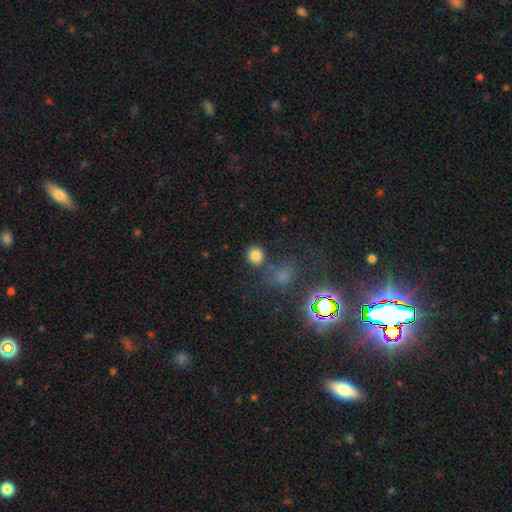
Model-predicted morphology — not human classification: Smooth or featured?
  - smooth: 79% *
  - star or artifact: 16%
  - featured or disk: 5%
How rounded?
  - round: 89% *
  - in between: 10%
  - cigar-shaped: 1%
Merging?
  - none: 77% *
  - merger: 9%
  - minor disturbance: 9%
  - major disturbance: 4%